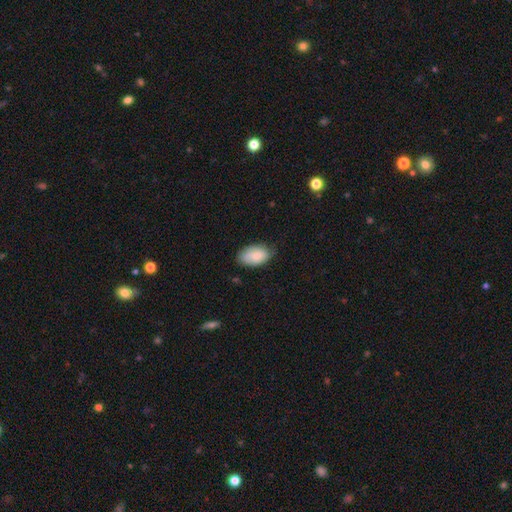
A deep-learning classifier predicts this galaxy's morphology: Smooth or featured? smooth (77%)
How rounded? in between (92%)
Merging? none (65%)